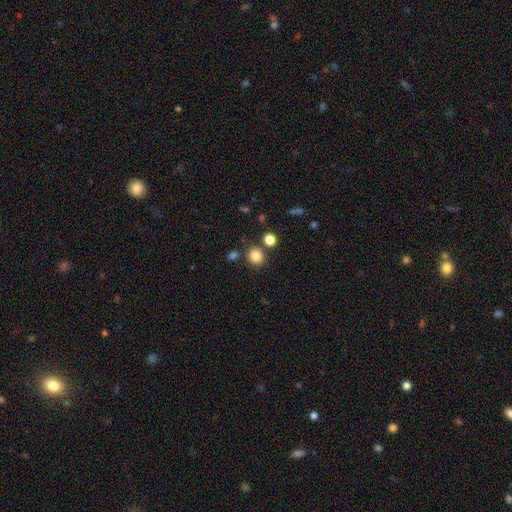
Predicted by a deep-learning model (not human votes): This is clearly a smooth galaxy (83%). How rounded: clearly round (84%). Merging: clearly none (80%).